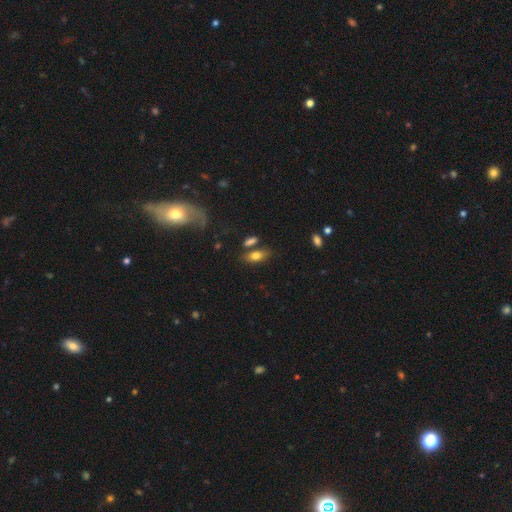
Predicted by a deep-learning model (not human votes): Overall: smooth (78%). How rounded: in between (84%). Merging: none (65%).